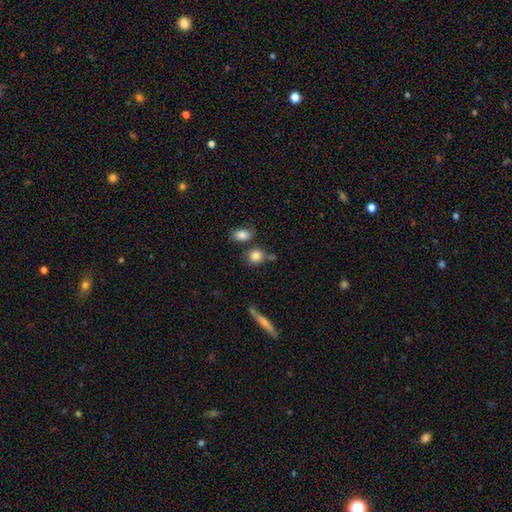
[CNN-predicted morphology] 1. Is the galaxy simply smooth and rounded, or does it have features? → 84% smooth, 9% star or artifact, 7% featured or disk.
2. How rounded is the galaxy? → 71% round, 27% in between, 2% cigar-shaped.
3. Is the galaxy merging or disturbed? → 62% none, 19% merger, 14% minor disturbance, 5% major disturbance.